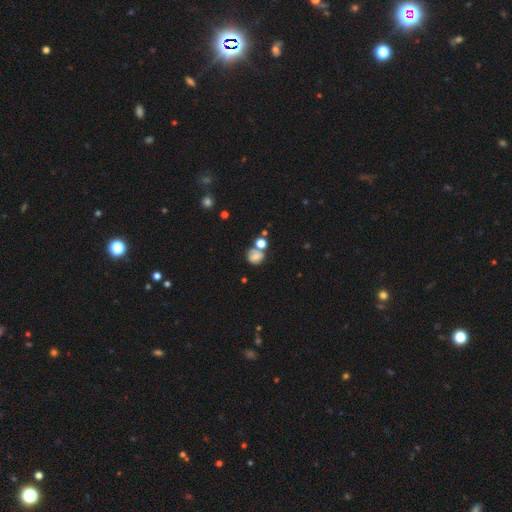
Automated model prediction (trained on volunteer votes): This is likely a smooth galaxy (64%). How rounded: likely round (73%). Merging: possibly none (49%).